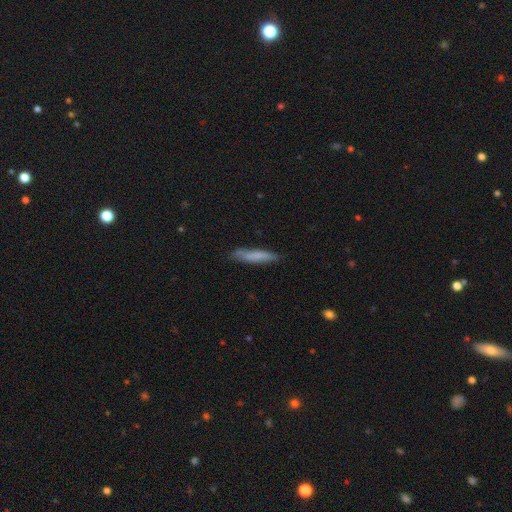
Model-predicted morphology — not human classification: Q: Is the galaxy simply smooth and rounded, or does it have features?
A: smooth — 74%.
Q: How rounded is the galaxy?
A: cigar-shaped — 89%.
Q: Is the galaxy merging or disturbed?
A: none — 81%.